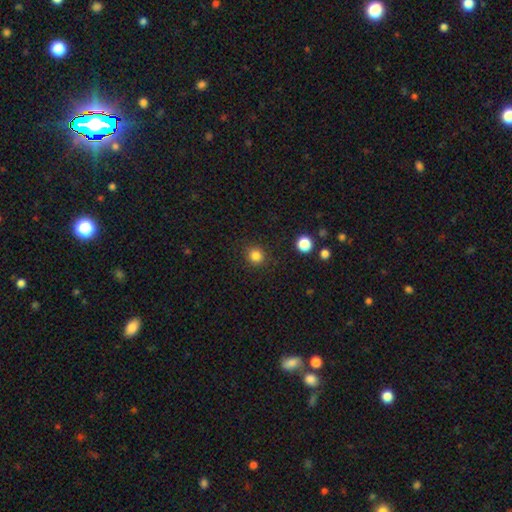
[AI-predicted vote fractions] Smooth or featured? Predicted: smooth (p=0.84). How rounded? Predicted: round (p=0.92). Merging? Predicted: none (p=0.90).